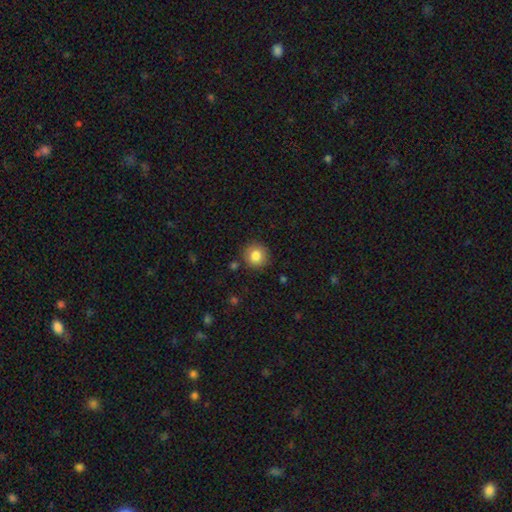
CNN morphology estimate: Smooth or featured: smooth — 83% (star or artifact — 10%)
How rounded: round — 92% (in between — 7%)
Merging: none — 88% (minor disturbance — 8%)